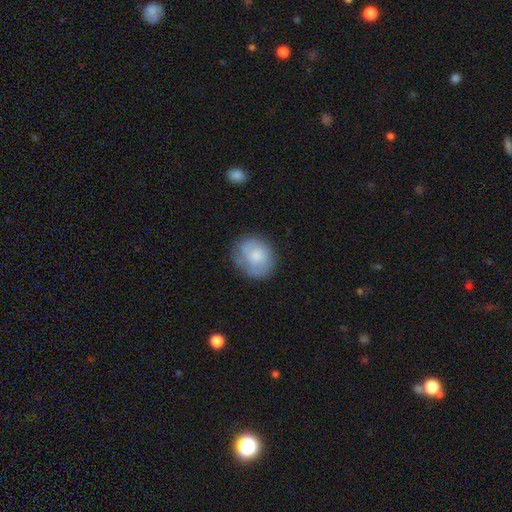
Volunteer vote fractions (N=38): This is possibly a featured or disk galaxy (55%). It is clearly not viewed edge-on (100%). Bar: likely no (76%). Spiral arm pattern: likely yes (62%). Spiral arm count: likely 2 (69%). Spiral winding: likely tight (62%). Central bulge: marginally moderate (33%). Merging: likely none (76%).